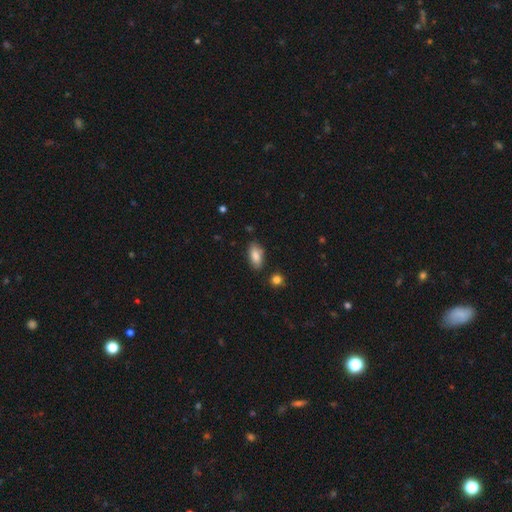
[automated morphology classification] Smooth or featured?
  - smooth: 85% *
  - featured or disk: 8%
  - star or artifact: 7%
How rounded?
  - in between: 90% *
  - cigar-shaped: 7%
  - round: 3%
Merging?
  - none: 79% *
  - minor disturbance: 15%
  - merger: 3%
  - major disturbance: 3%